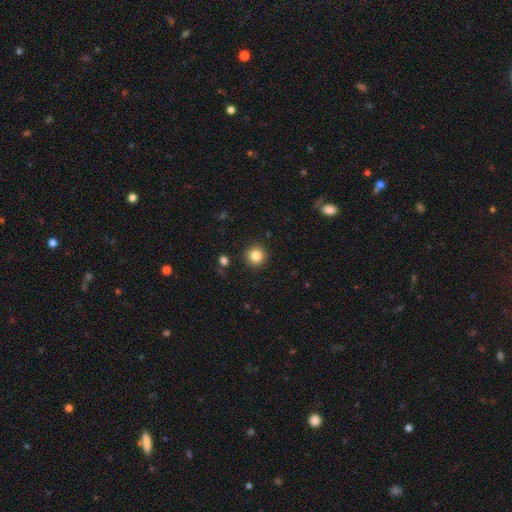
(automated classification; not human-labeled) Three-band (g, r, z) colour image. It shows a smooth galaxy with no disk features (84%) that is round (95%). Merging: none (91%).